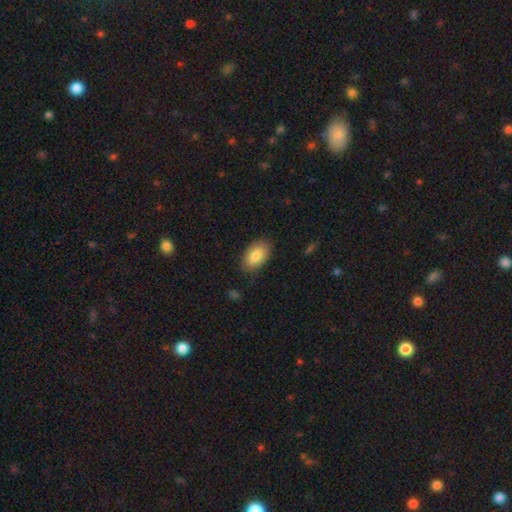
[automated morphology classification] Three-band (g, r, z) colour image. It shows a smooth galaxy with no disk features (83%) that is in between round and cigar-shaped (94%). Merging: none (84%).